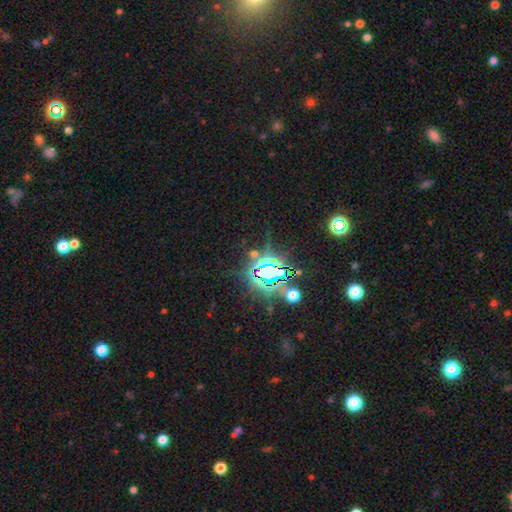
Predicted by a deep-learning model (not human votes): star or artifact 81%, smooth 10%, featured or disk 8%.